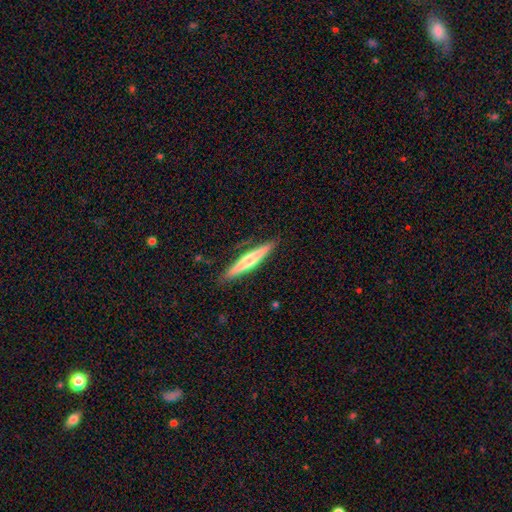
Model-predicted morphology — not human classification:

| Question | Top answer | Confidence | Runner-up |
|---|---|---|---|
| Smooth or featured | featured or disk | 49% | smooth (45%) |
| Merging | none | 86% | minor disturbance (10%) |